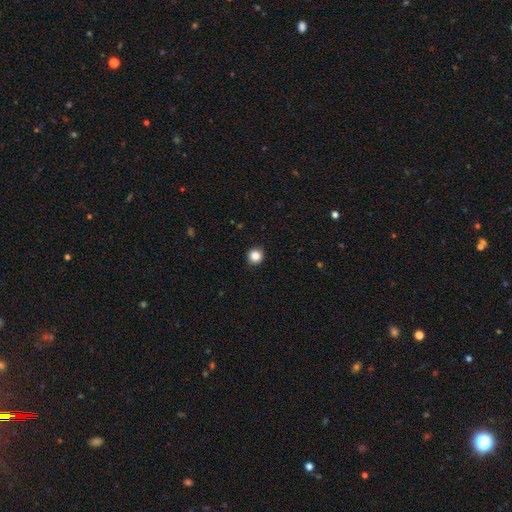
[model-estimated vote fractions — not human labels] Smooth or featured? Predicted: smooth (p=0.86). How rounded? Predicted: round (p=0.93). Merging? Predicted: none (p=0.92).